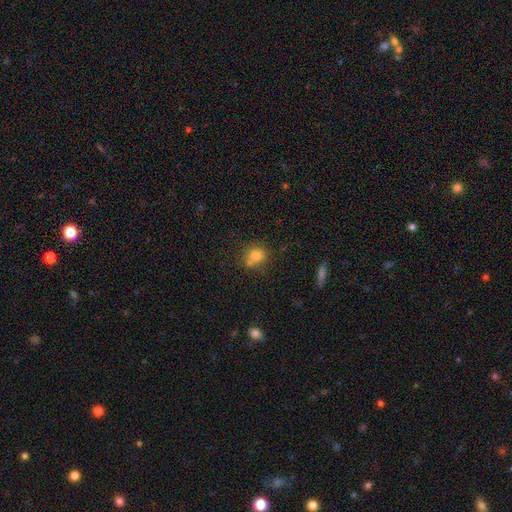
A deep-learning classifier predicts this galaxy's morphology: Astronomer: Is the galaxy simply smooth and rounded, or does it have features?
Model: smooth — 77%.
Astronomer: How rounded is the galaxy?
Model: round — 83%.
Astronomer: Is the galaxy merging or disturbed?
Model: none — 57%.